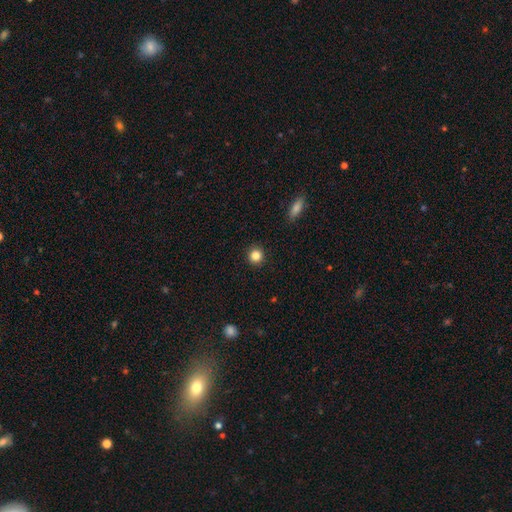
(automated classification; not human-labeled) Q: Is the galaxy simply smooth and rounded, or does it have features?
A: smooth — 84%.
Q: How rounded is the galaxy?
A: round — 93%.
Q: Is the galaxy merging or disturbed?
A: none — 92%.